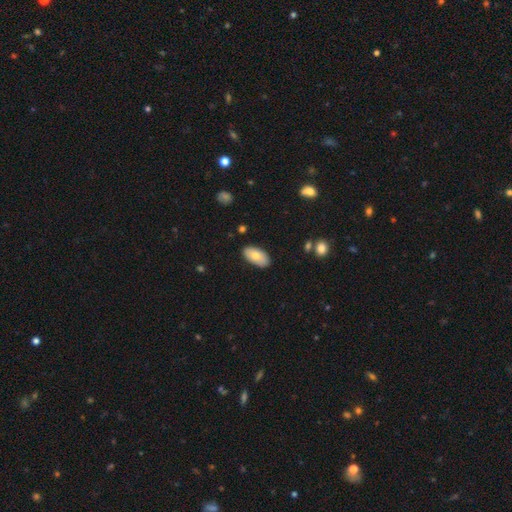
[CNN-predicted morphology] smooth_or_featured: smooth (p=0.74) [alt: featured or disk p=0.19]
how_rounded: in between (p=0.95) [alt: round p=0.03]
merging: none (p=0.83) [alt: minor disturbance p=0.13]